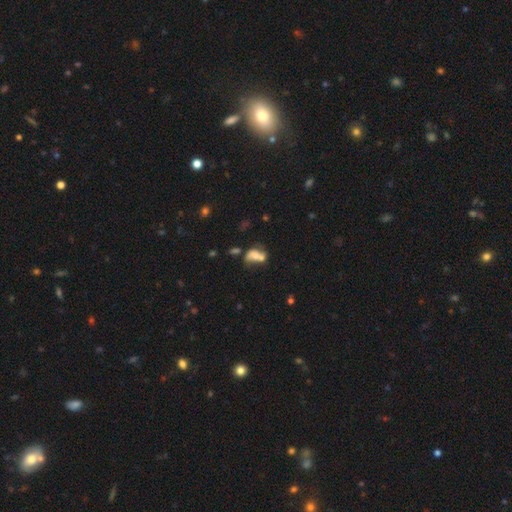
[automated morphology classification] Smooth or featured? smooth (51%)
How rounded? in between (79%)
Merging? merger (46%)